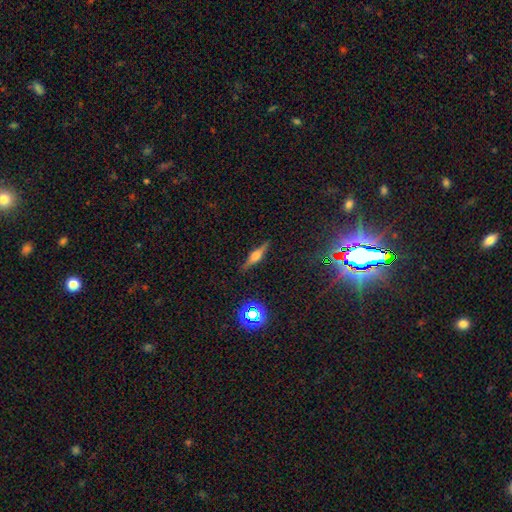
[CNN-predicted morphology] smooth-or-featured: featured or disk: 63% | smooth: 26% | star or artifact: 11%
  disk-edge-on: yes: 97% | no: 3%
    edge-on-bulge: rounded: 81% | boxy: 16% | none: 4%
  merging: none: 88% | minor disturbance: 8% | major disturbance: 2% | merger: 1%